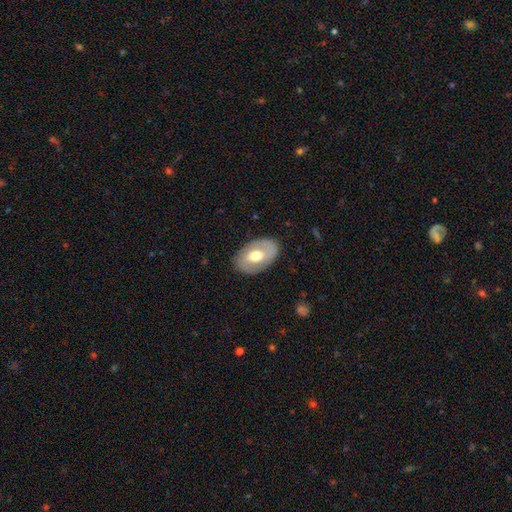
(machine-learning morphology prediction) Smooth or featured?
  - smooth: 48% *
  - featured or disk: 46%
  - star or artifact: 6%
Merging?
  - none: 83% *
  - minor disturbance: 12%
  - major disturbance: 4%
  - merger: 1%